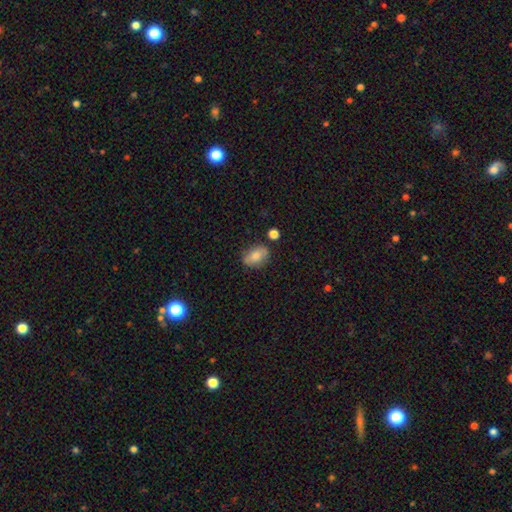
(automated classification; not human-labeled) A smooth galaxy with no disk features (71%) that is in between round and cigar-shaped (77%). Merging: none (79%).